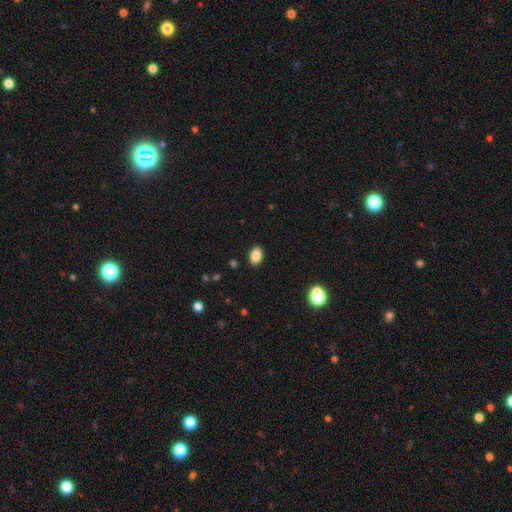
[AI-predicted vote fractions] A smooth galaxy with no disk features (86%) that is in between round and cigar-shaped (85%). Merging: none (89%).